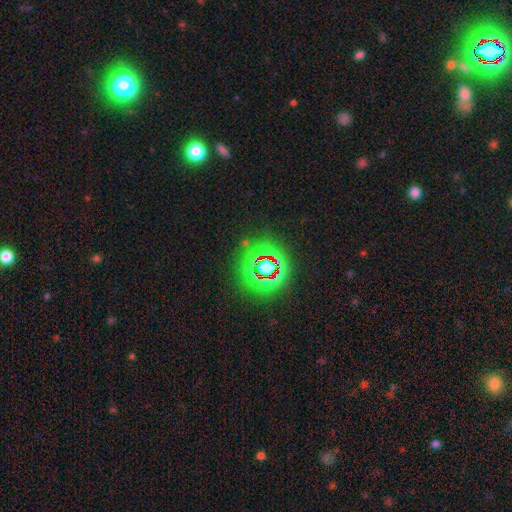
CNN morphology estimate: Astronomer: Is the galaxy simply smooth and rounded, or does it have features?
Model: star or artifact — 74%.